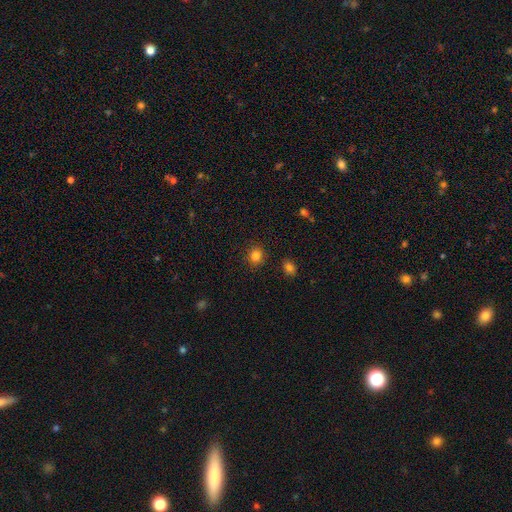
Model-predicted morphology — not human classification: This is clearly a smooth galaxy (83%). How rounded: clearly round (81%). Merging: clearly none (89%).